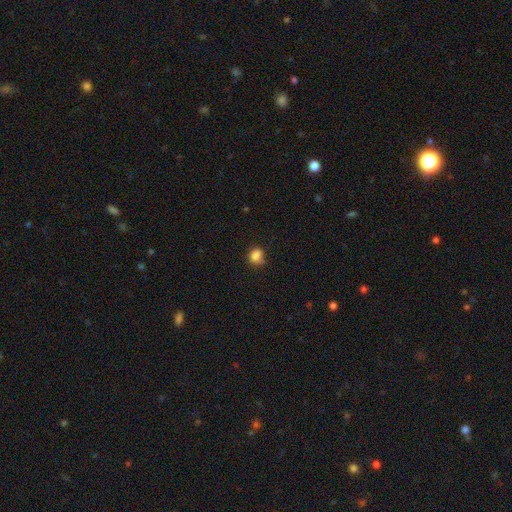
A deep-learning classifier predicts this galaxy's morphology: smooth-or-featured: smooth: 84% | star or artifact: 11% | featured or disk: 5%
  how-rounded: round: 62% | in between: 37% | cigar-shaped: 1%
  merging: none: 61% | minor disturbance: 29% | major disturbance: 7% | merger: 4%